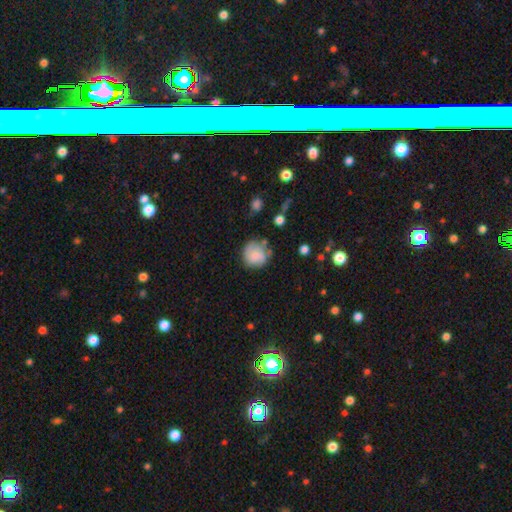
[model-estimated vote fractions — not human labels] Overall: smooth (71%). How rounded: round (86%). Merging: none (60%; minor disturbance 25%).